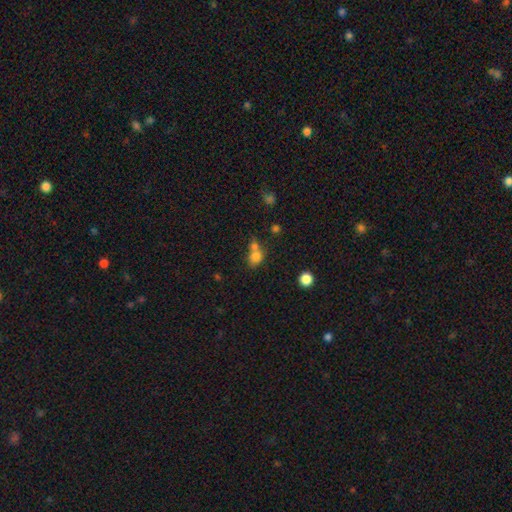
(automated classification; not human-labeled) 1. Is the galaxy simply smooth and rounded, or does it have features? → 77% smooth, 13% star or artifact, 10% featured or disk.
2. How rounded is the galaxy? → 59% round, 40% in between, 1% cigar-shaped.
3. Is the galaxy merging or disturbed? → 50% merger, 35% none, 10% minor disturbance, 5% major disturbance.